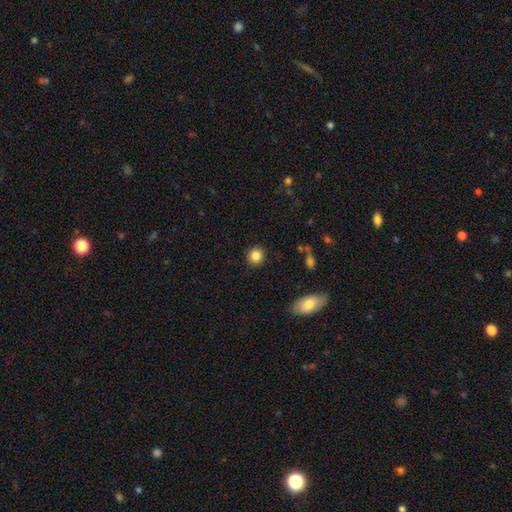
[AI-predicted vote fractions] This is clearly a smooth galaxy (86%). How rounded: clearly round (87%). Merging: clearly none (90%).